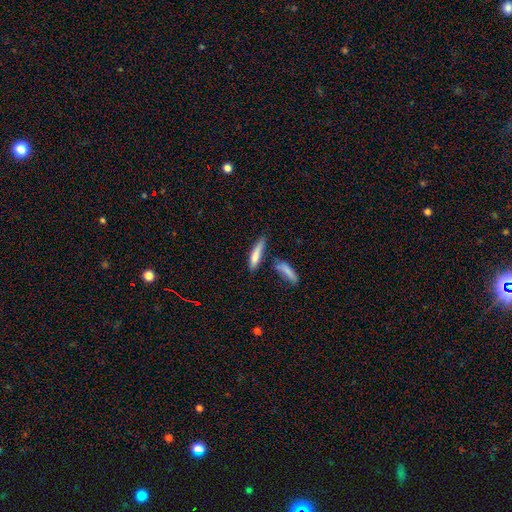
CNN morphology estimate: Smooth or featured? smooth (74%)
How rounded? cigar-shaped (78%)
Merging? none (56%)